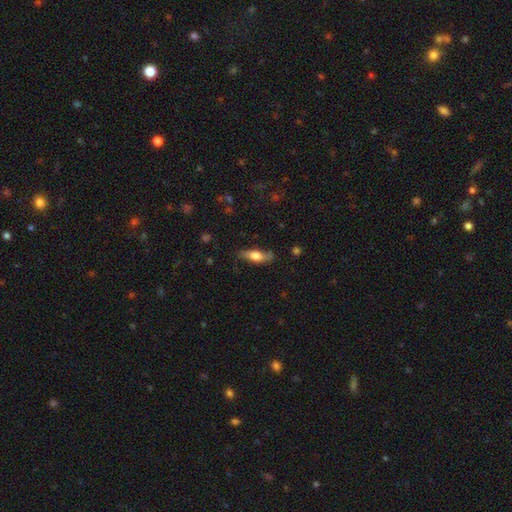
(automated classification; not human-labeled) A smooth galaxy with no disk features (58%) that is in between round and cigar-shaped (53%).

Vote fractions:
- Smooth or featured? smooth: 58% / featured or disk: 36% / star or artifact: 6%
- How rounded? in between: 53% / cigar-shaped: 44% / round: 3%
- Merging? none: 75% / minor disturbance: 19% / major disturbance: 4% / merger: 2%